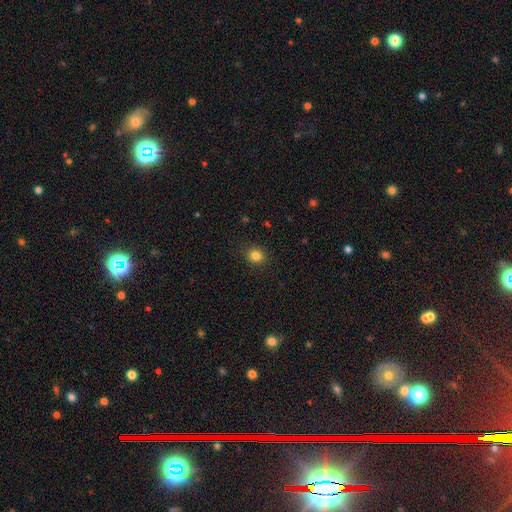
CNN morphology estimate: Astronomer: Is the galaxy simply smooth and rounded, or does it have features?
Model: smooth — 83%.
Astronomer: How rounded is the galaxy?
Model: round — 77%.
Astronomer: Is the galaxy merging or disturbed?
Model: none — 90%.